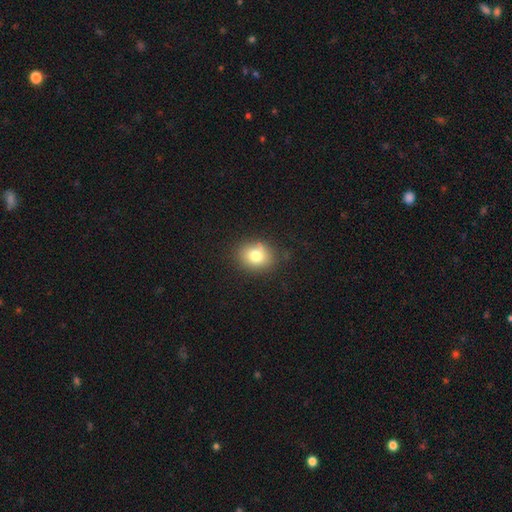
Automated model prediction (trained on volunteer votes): smooth_or_featured: smooth (p=0.79) [alt: star or artifact p=0.11]
how_rounded: round (p=0.59) [alt: in between p=0.40]
merging: none (p=0.81) [alt: minor disturbance p=0.13]